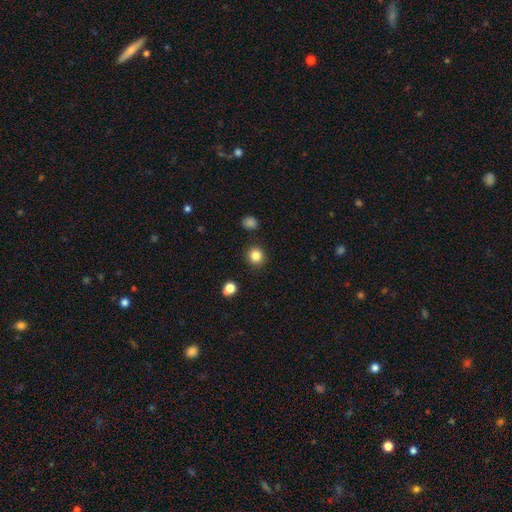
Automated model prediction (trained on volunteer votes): Smooth or featured? smooth (85%)
How rounded? round (92%)
Merging? none (90%)